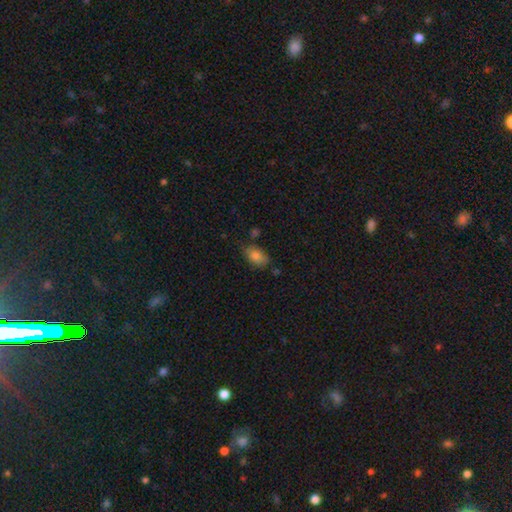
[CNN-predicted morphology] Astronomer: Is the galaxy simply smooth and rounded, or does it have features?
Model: smooth — 82%.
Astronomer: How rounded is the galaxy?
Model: in between — 89%.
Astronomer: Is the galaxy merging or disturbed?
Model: none — 67%.